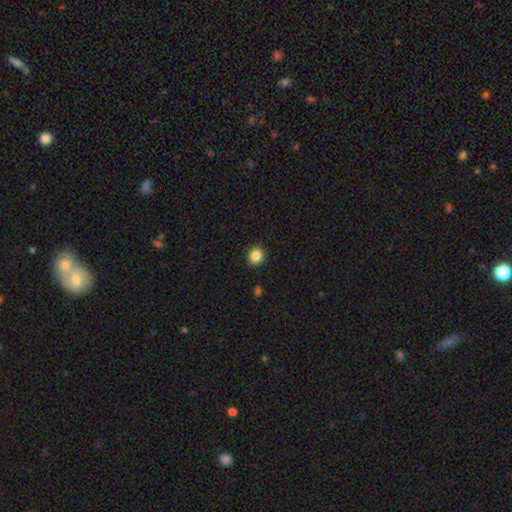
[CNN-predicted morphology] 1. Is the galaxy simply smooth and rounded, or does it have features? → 85% smooth, 10% star or artifact, 4% featured or disk.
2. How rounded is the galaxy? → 84% round, 15% in between, 1% cigar-shaped.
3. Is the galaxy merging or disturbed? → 91% none, 6% minor disturbance, 2% major disturbance, 1% merger.